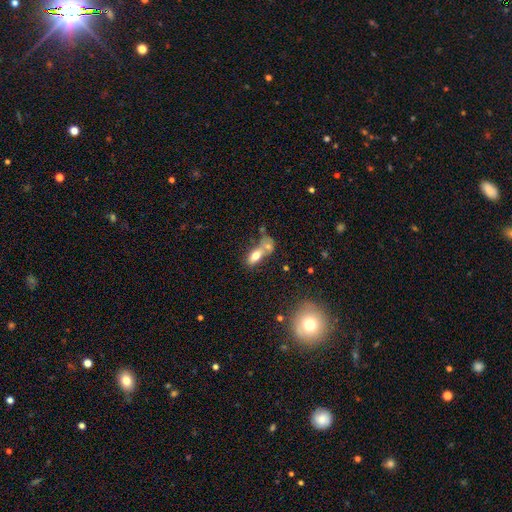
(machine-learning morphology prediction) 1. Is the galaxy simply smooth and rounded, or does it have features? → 71% smooth, 20% featured or disk, 9% star or artifact.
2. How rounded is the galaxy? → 79% in between, 14% cigar-shaped, 7% round.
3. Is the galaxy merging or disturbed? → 53% merger, 27% none, 11% minor disturbance, 8% major disturbance.